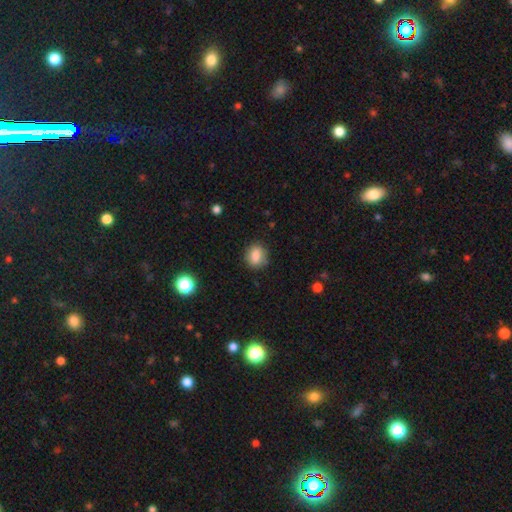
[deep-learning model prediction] Overall: smooth (84%). How rounded: round (51%; in between 47%). Merging: none (80%).